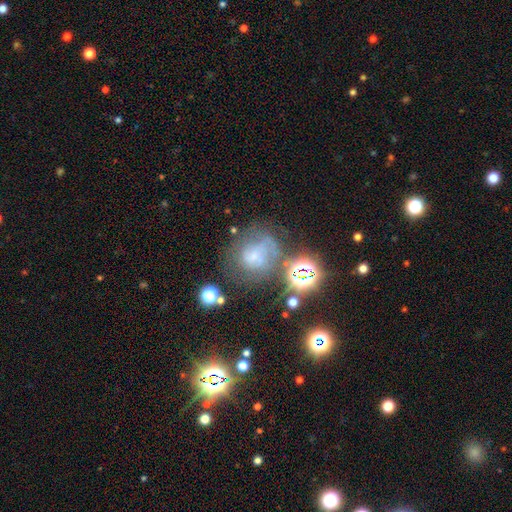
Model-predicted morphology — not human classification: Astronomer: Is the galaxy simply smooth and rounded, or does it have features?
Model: featured or disk — 39% (runner-up: smooth, 36%).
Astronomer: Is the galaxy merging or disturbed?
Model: none — 45% (runner-up: major disturbance, 22%).